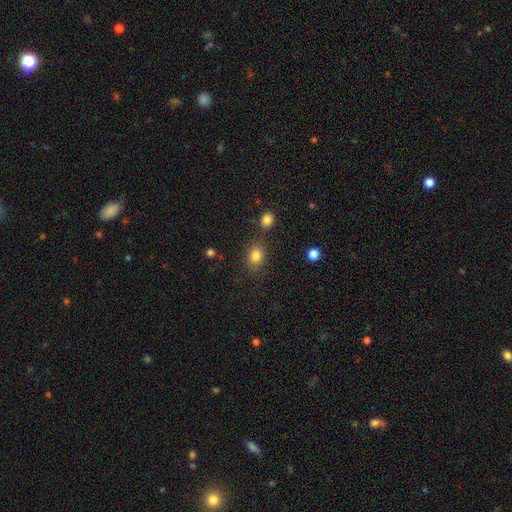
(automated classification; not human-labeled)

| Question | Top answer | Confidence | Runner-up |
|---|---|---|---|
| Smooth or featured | smooth | 83% | star or artifact (11%) |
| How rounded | in between | 55% | round (44%) |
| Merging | none | 76% | minor disturbance (13%) |